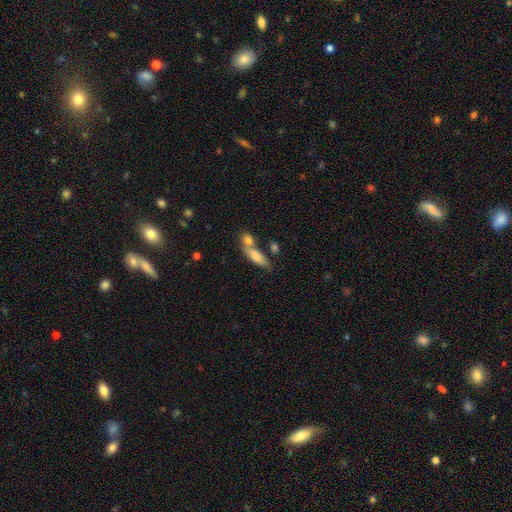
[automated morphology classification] Smooth or featured? smooth (71%)
How rounded? in between (50%)
Merging? none (43%)